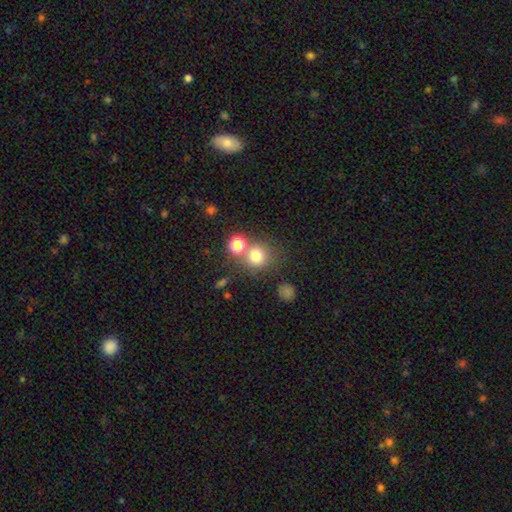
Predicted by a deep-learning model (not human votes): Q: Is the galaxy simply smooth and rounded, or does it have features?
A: smooth — 74%.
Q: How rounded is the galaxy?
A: round — 87%.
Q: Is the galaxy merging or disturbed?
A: none — 66%.